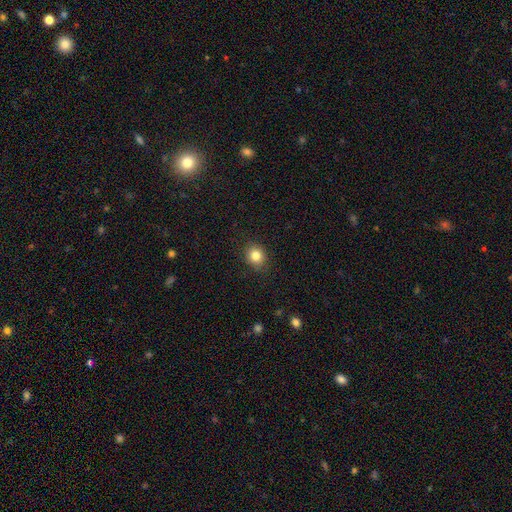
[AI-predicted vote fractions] smooth-or-featured: smooth: 83% | star or artifact: 10% | featured or disk: 6%
  how-rounded: round: 75% | in between: 24% | cigar-shaped: 1%
  merging: none: 88% | minor disturbance: 9% | major disturbance: 2% | merger: 1%